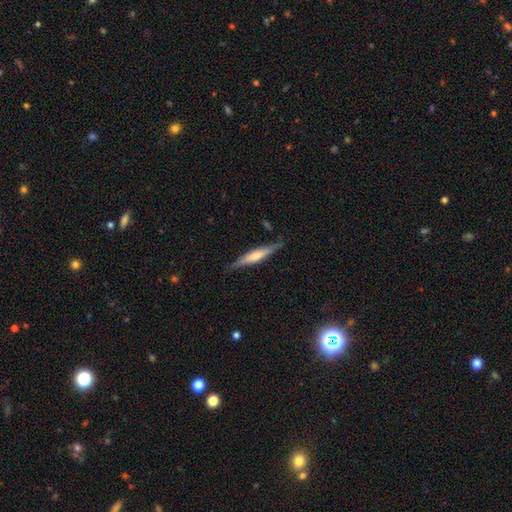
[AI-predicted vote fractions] This appears to be a featured or disk galaxy (50%). Merging: none (84%).